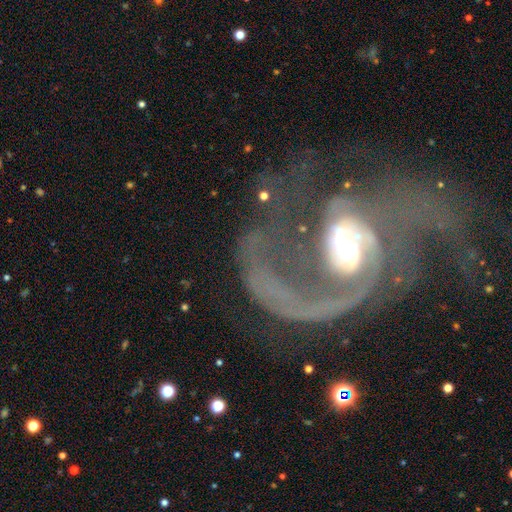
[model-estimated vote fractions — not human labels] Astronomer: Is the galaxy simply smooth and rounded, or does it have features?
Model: featured or disk — 88%.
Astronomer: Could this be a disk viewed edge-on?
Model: no — 98%.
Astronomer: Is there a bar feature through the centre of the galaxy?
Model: weak — 40% (runner-up: no, 37%).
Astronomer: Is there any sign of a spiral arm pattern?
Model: yes — 93%.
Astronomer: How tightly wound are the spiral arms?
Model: medium — 47% (runner-up: loose, 35%).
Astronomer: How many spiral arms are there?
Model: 2 — 55%.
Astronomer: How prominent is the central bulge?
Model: moderate — 56%.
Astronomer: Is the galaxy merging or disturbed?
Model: major disturbance — 44% (runner-up: none, 35%).